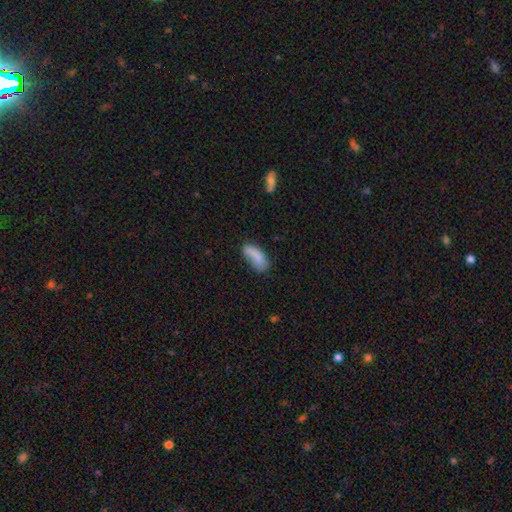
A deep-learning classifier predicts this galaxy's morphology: smooth 80%, featured or disk 12%, star or artifact 8%. Down the decision tree: how rounded — in between (79%); merging — none (52%).